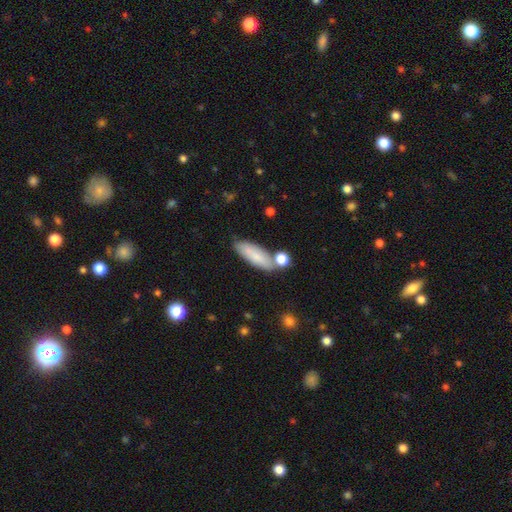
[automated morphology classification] Q: Smooth or featured?
A: smooth (78%); runner-up: featured or disk (15%)
Q: How rounded?
A: in between (56%); runner-up: cigar-shaped (41%)
Q: Merging?
A: none (69%); runner-up: minor disturbance (15%)